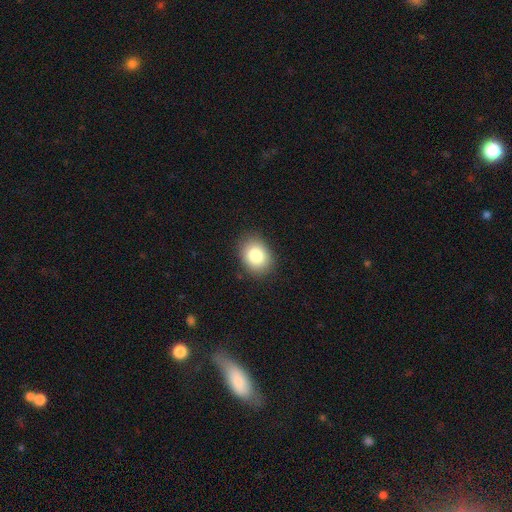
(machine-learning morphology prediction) This appears to be a smooth galaxy with no disk features (84%) that is in between round and cigar-shaped (57%). Merging: none (87%).